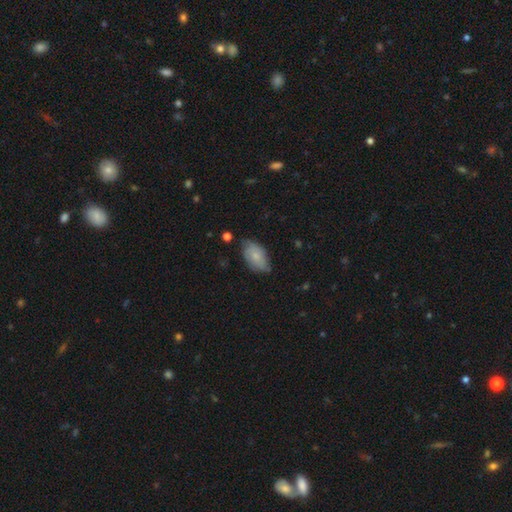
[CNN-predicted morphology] smooth 68%, featured or disk 26%, star or artifact 6%. Down the decision tree: how rounded — in between (93%); merging — none (60%).